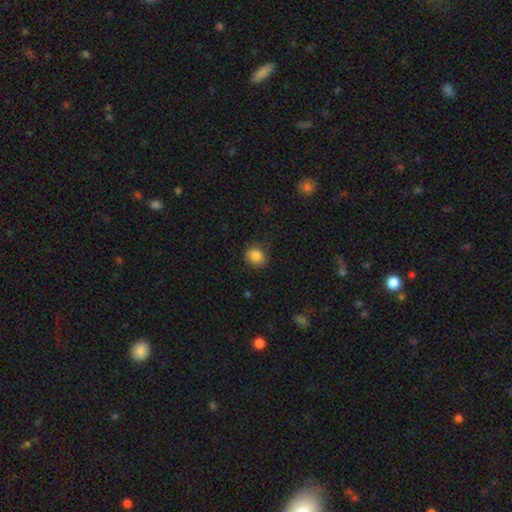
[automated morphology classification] A smooth galaxy with no disk features (86%) that is round (72%). Merging: none (76%).